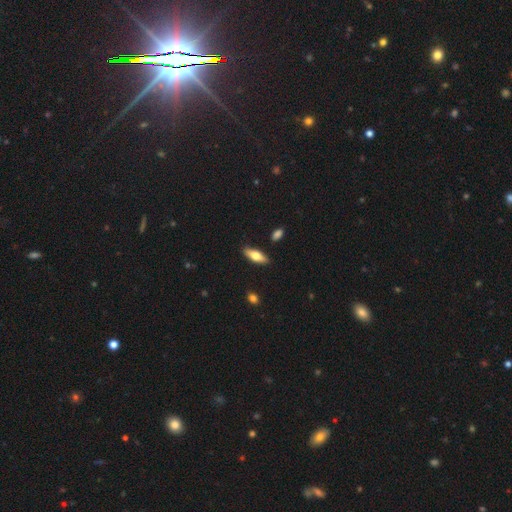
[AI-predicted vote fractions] smooth-or-featured: smooth: 64% | featured or disk: 30% | star or artifact: 6%
  how-rounded: in between: 62% | cigar-shaped: 36% | round: 3%
  merging: none: 86% | minor disturbance: 10% | major disturbance: 2% | merger: 2%